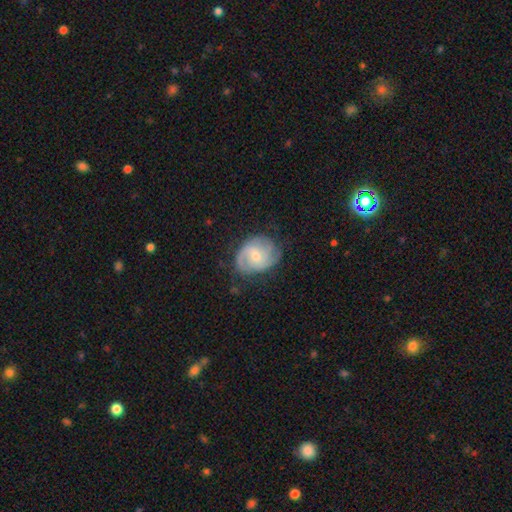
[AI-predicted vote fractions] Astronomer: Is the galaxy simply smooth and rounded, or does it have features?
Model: featured or disk — 72%.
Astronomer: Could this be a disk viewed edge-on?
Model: no — 98%.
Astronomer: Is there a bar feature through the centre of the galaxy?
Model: no — 55% (runner-up: weak, 39%).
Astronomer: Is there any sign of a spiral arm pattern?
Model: yes — 93%.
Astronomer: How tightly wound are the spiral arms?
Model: medium — 45% (runner-up: tight, 37%).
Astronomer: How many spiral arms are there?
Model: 2 — 50%.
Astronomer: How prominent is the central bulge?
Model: small — 53% (runner-up: moderate, 41%).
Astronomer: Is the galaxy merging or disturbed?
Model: none — 67%.